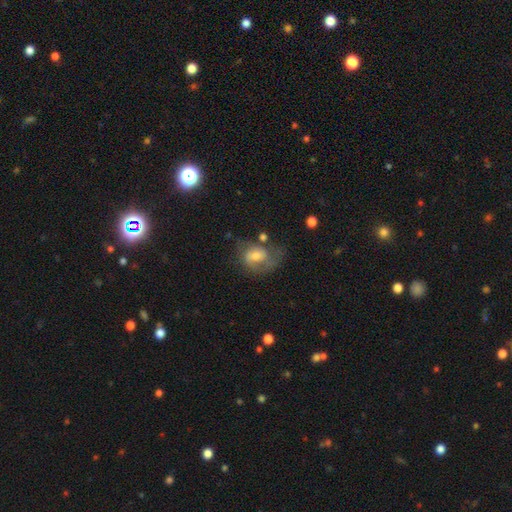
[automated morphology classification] A featured or disk galaxy (48%).

Vote fractions:
- Smooth or featured? featured or disk: 48% / smooth: 41% / star or artifact: 12%
- Merging? none: 39% / major disturbance: 30% / minor disturbance: 25% / merger: 7%